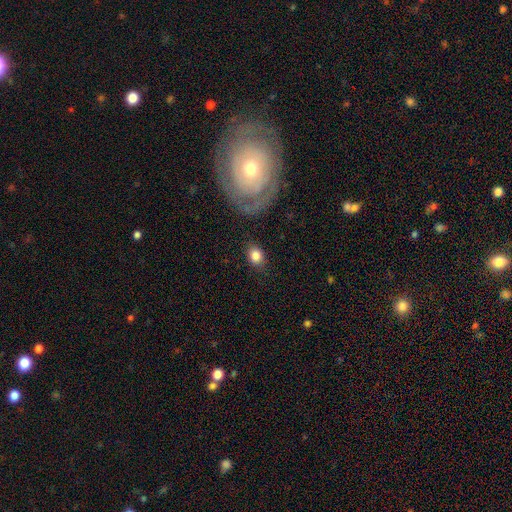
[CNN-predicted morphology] A smooth galaxy with no disk features (81%) that is in between round and cigar-shaped (64%). Merging: none (81%).